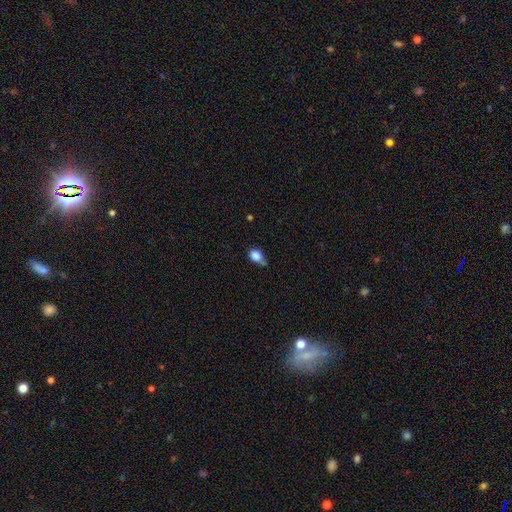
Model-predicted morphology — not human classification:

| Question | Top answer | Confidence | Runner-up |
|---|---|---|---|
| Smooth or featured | smooth | 83% | star or artifact (10%) |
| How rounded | in between | 58% | round (40%) |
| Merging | none | 42% | minor disturbance (34%) |